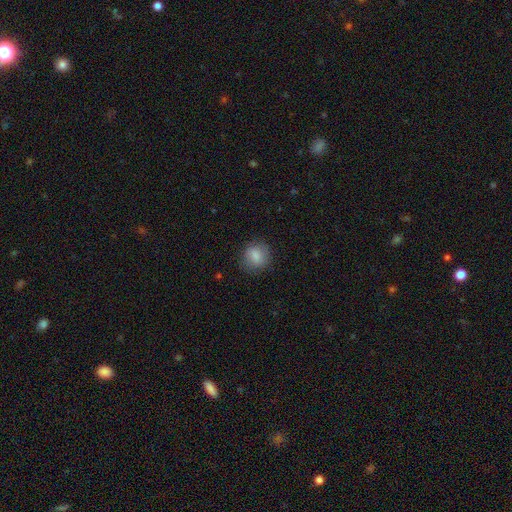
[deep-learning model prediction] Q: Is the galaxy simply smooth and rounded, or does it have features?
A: smooth — 83%.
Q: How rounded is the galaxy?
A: round — 74%.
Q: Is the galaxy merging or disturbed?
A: none — 81%.